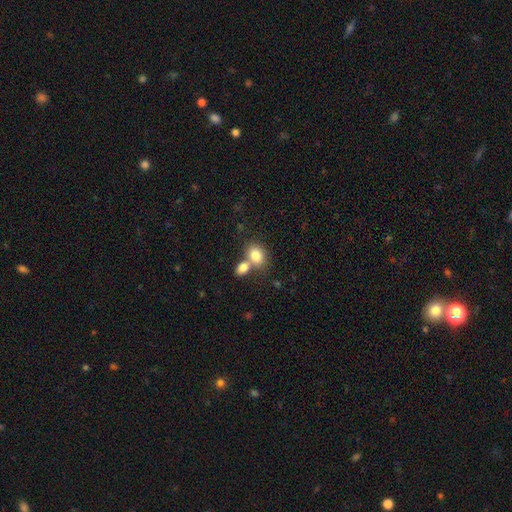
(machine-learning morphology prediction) Smooth or featured? Predicted: smooth (p=0.81). How rounded? Predicted: in between (p=0.61). Merging? Predicted: merger (p=0.51).